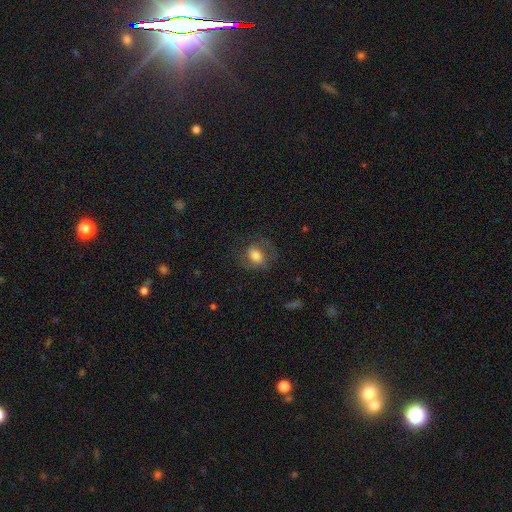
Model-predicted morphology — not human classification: A smooth galaxy with no disk features (64%) that is in between round and cigar-shaped (56%).

Vote fractions:
- Smooth or featured? smooth: 64% / featured or disk: 27% / star or artifact: 9%
- How rounded? in between: 56% / round: 42% / cigar-shaped: 1%
- Merging? none: 63% / minor disturbance: 20% / major disturbance: 16% / merger: 1%